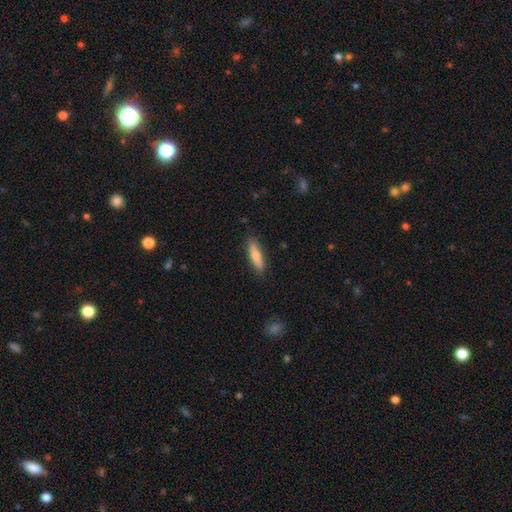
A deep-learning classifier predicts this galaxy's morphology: This is likely a smooth galaxy (66%). How rounded: likely cigar-shaped (78%). Merging: clearly none (88%).